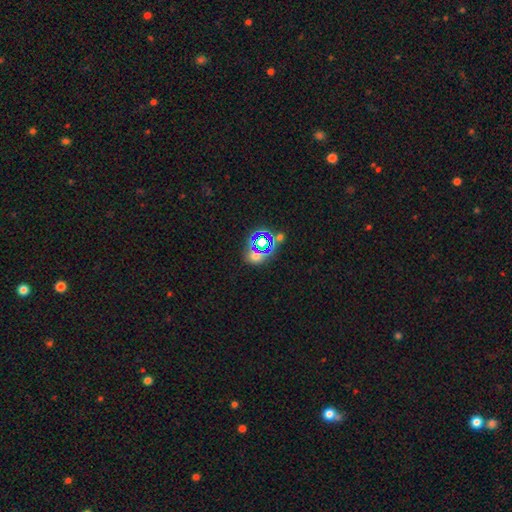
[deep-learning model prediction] Smooth or featured?
  - star or artifact: 51% *
  - smooth: 38%
  - featured or disk: 11%